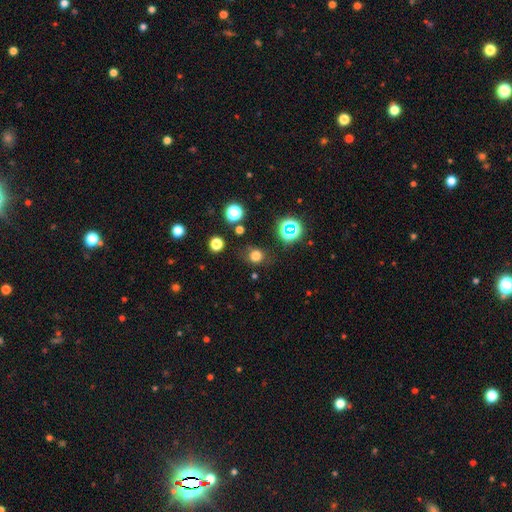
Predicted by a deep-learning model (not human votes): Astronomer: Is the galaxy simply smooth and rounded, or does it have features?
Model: smooth — 72%.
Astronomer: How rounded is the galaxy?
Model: round — 84%.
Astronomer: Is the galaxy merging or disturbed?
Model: none — 78%.